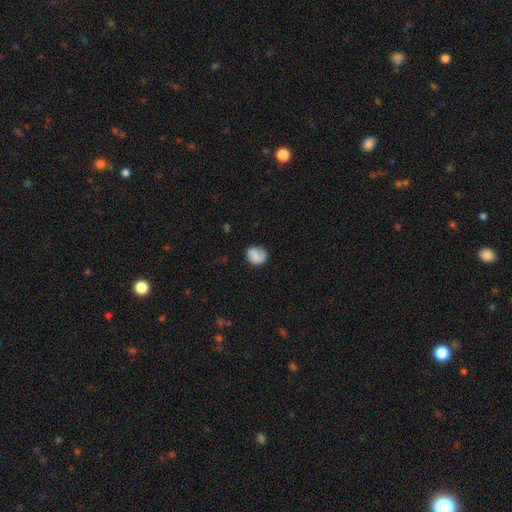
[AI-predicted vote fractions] smooth 74%, featured or disk 17%, star or artifact 8%. Down the decision tree: how rounded — round (60%); merging — none (68%).